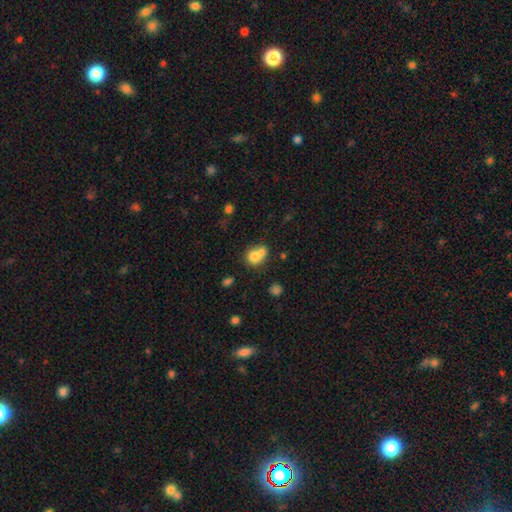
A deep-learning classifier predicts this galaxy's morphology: Q: Smooth or featured?
A: smooth (74%); runner-up: featured or disk (16%)
Q: How rounded?
A: round (66%); runner-up: in between (33%)
Q: Merging?
A: merger (61%); runner-up: none (27%)